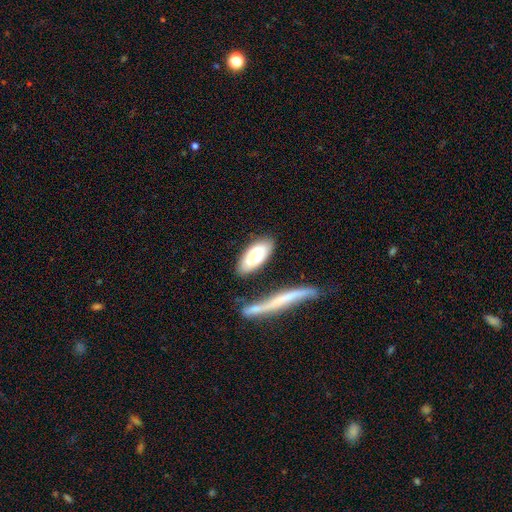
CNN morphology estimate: Overall: smooth (74%). How rounded: in between (85%). Merging: none (65%).